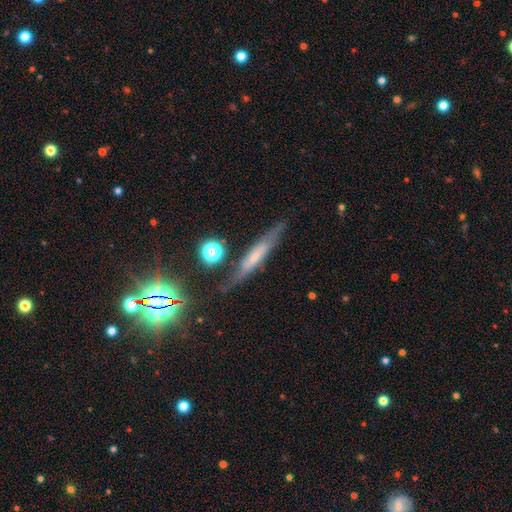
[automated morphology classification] The model was most divided on "smooth or featured": featured or disk: 50%, smooth: 35%, star or artifact: 15%. More confident: edge-on disk — yes (82%); merging — none (77%).